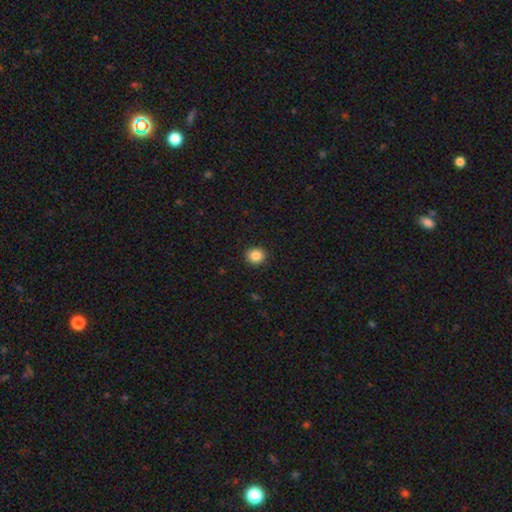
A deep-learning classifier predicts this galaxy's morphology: The model was most divided on "how rounded": round: 86%, in between: 13%, cigar-shaped: 1%. More confident: merging — none (92%); smooth or featured — smooth (86%).